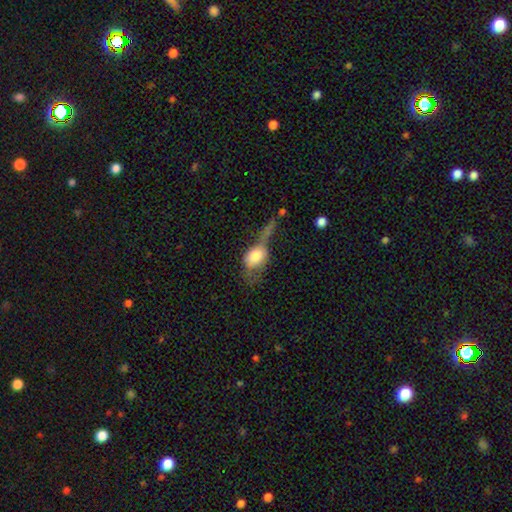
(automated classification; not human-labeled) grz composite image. It shows a smooth galaxy with no disk features (64%) that is in between round and cigar-shaped (69%). Merging: major disturbance (46%).